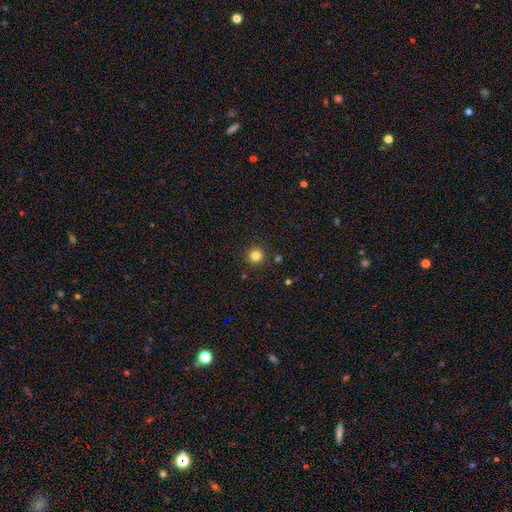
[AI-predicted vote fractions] Smooth or featured? smooth (82%)
How rounded? round (95%)
Merging? none (91%)